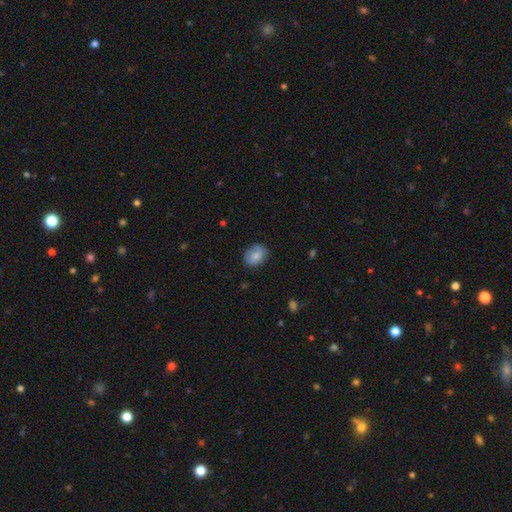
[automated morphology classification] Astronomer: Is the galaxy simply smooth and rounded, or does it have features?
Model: smooth — 81%.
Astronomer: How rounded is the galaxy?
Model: in between — 59% (runner-up: round, 40%).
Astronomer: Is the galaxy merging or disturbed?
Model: none — 76%.